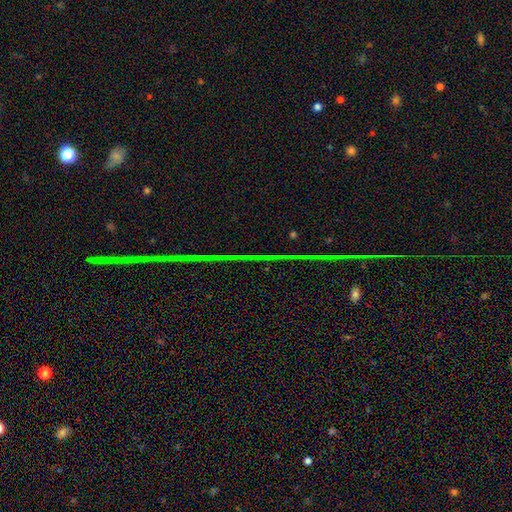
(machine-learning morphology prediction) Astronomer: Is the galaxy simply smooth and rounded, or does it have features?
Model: star or artifact — 87%.